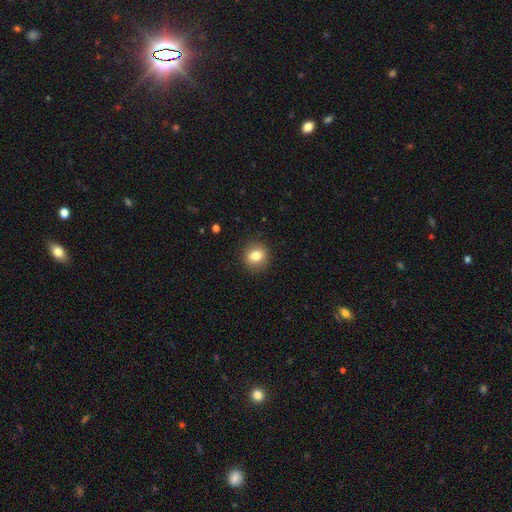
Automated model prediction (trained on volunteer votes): A smooth galaxy with no disk features (81%) that is round (80%).

Vote fractions:
- Smooth or featured? smooth: 81% / star or artifact: 10% / featured or disk: 9%
- How rounded? round: 80% / in between: 19% / cigar-shaped: 1%
- Merging? none: 89% / minor disturbance: 7% / major disturbance: 2% / merger: 1%